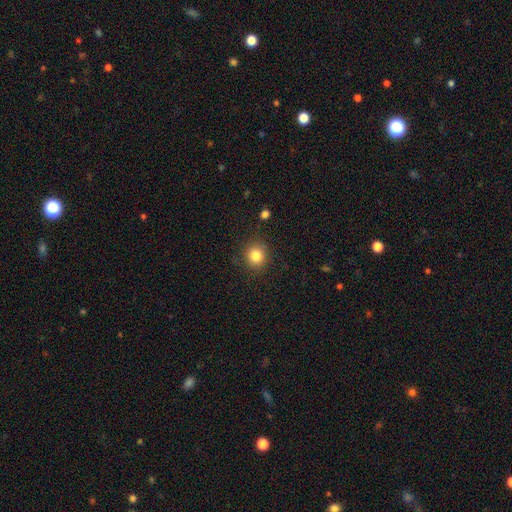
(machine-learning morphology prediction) Smooth or featured? Predicted: smooth (p=0.83). How rounded? Predicted: round (p=0.88). Merging? Predicted: none (p=0.89).